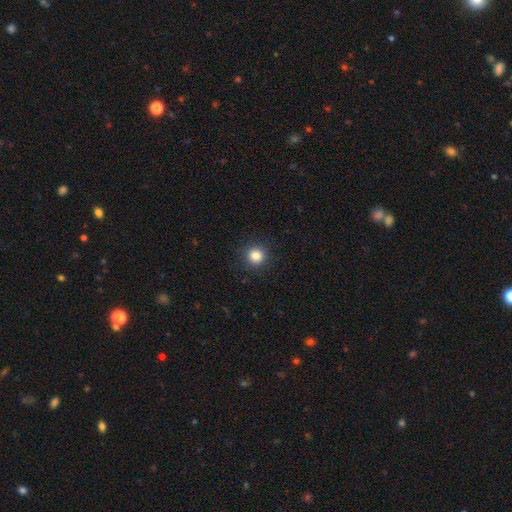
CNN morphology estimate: Smooth or featured? smooth (84%)
How rounded? round (94%)
Merging? none (92%)